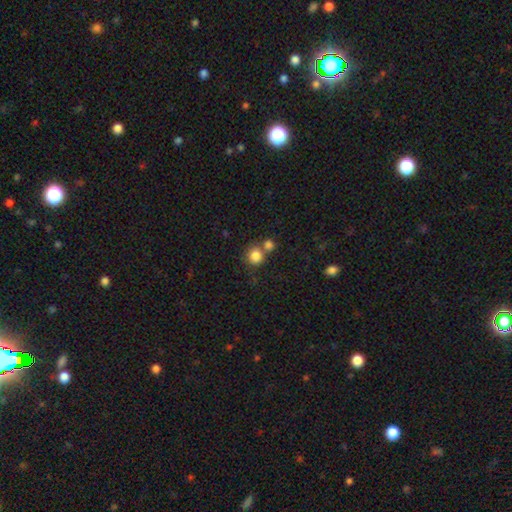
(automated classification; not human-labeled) Smooth or featured?
  - smooth: 84% *
  - star or artifact: 10%
  - featured or disk: 6%
How rounded?
  - round: 89% *
  - in between: 10%
  - cigar-shaped: 1%
Merging?
  - none: 57% *
  - merger: 31%
  - minor disturbance: 8%
  - major disturbance: 3%